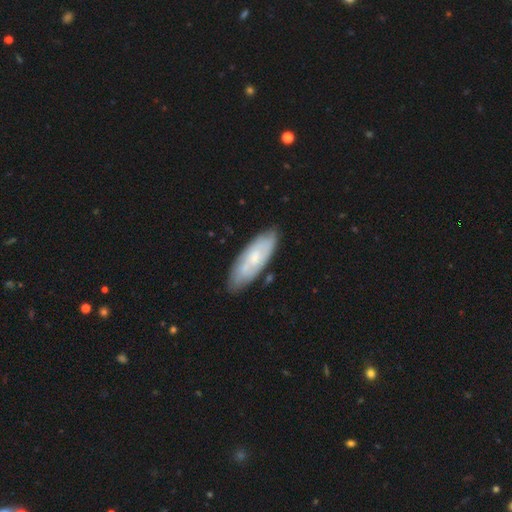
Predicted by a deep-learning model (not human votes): This appears to be a featured or disk galaxy (49%). Merging: none (81%).